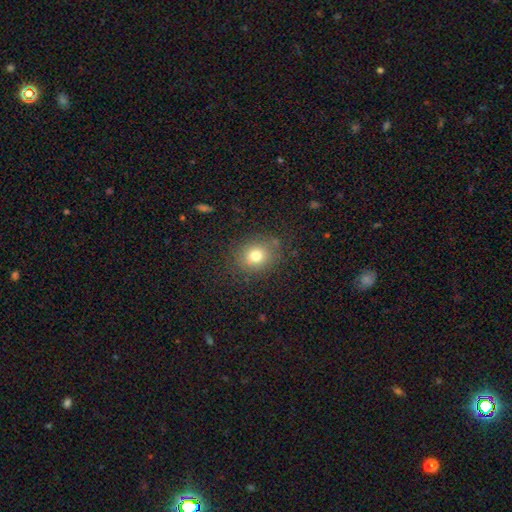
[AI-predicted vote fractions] Smooth or featured?
  - smooth: 76% *
  - star or artifact: 14%
  - featured or disk: 11%
How rounded?
  - round: 64% *
  - in between: 35%
  - cigar-shaped: 1%
Merging?
  - none: 81% *
  - minor disturbance: 12%
  - major disturbance: 5%
  - merger: 2%